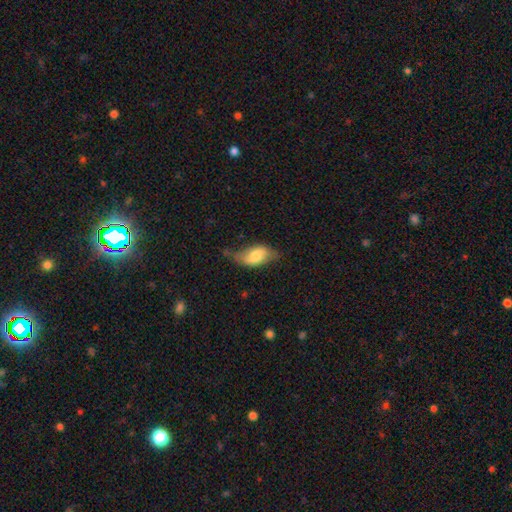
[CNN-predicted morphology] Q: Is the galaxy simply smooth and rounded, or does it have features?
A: smooth — 66%.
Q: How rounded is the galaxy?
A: in between — 91%.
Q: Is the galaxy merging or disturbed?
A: none — 47%.